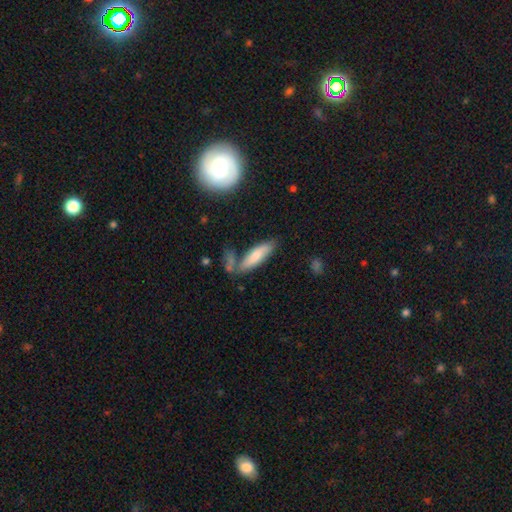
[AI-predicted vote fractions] The model was most divided on "how rounded": cigar-shaped: 55%, in between: 43%, round: 2%. More confident: smooth or featured — smooth (74%); merging — none (65%).